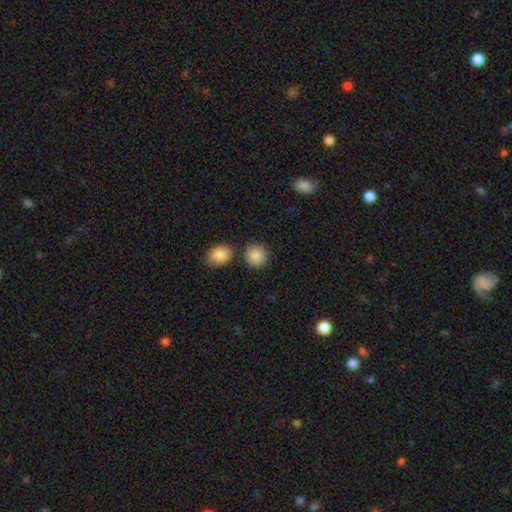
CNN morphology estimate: The model was most divided on "merging": none: 77%, minor disturbance: 11%, merger: 9%, major disturbance: 3%. More confident: smooth or featured — smooth (89%); how rounded — round (83%).